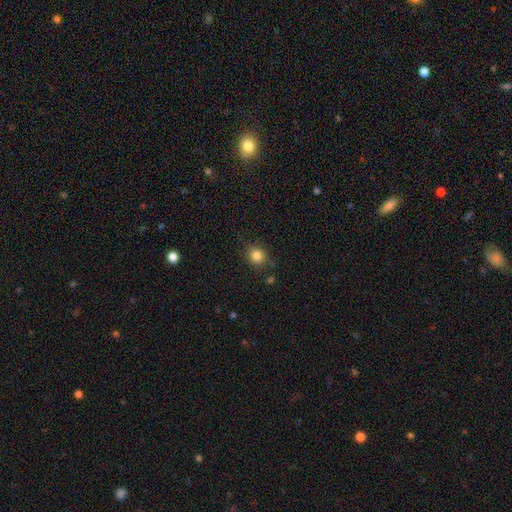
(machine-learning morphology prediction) A smooth galaxy with no disk features (83%) that is round (79%).

Vote fractions:
- Smooth or featured? smooth: 83% / star or artifact: 11% / featured or disk: 5%
- How rounded? round: 79% / in between: 20% / cigar-shaped: 1%
- Merging? none: 82% / minor disturbance: 12% / major disturbance: 3% / merger: 3%